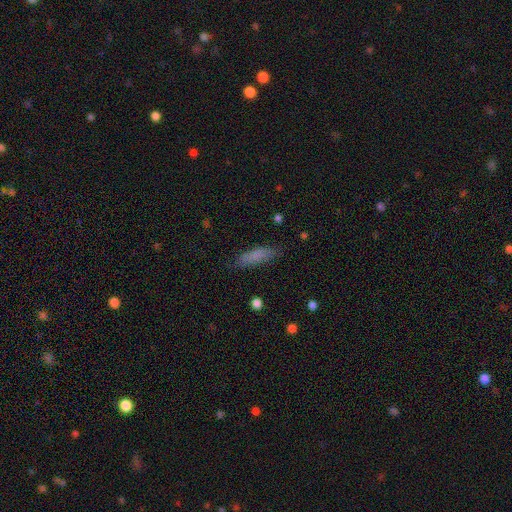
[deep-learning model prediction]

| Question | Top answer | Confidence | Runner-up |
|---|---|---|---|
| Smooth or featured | smooth | 81% | featured or disk (11%) |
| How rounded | cigar-shaped | 60% | in between (38%) |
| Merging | none | 82% | minor disturbance (14%) |